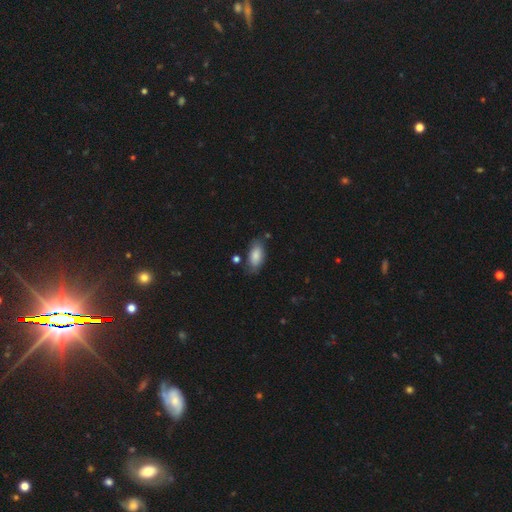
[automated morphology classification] smooth 84%, featured or disk 10%, star or artifact 6%. Down the decision tree: how rounded — in between (90%); merging — none (72%).